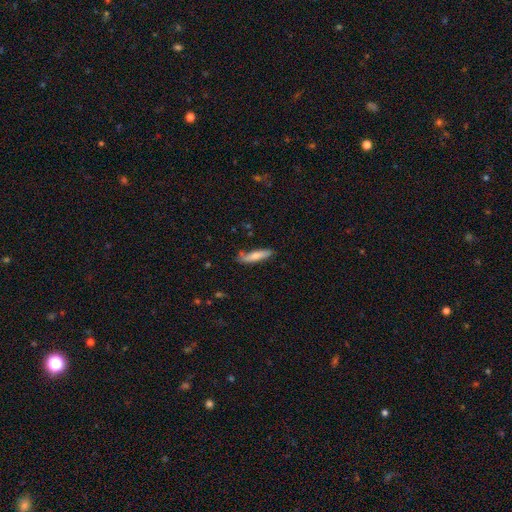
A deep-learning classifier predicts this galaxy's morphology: A smooth galaxy with no disk features (63%) that is cigar-shaped (77%).

Vote fractions:
- Smooth or featured? smooth: 63% / featured or disk: 31% / star or artifact: 6%
- How rounded? cigar-shaped: 77% / in between: 22% / round: 2%
- Merging? none: 67% / minor disturbance: 24% / major disturbance: 6% / merger: 3%